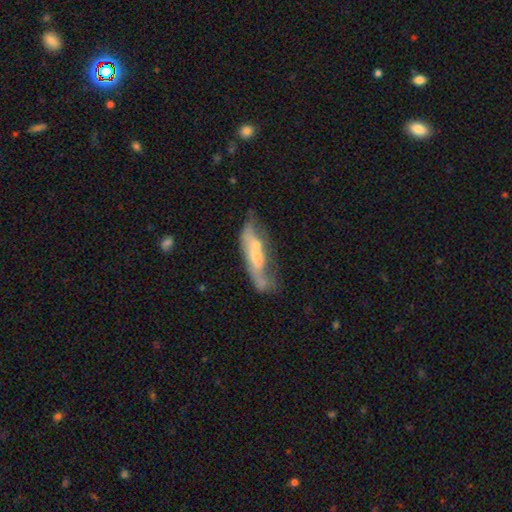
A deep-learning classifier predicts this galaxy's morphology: This is possibly a featured or disk galaxy (55%). It is likely not viewed edge-on (69%). Merging: marginally merger (29%, tied with none).